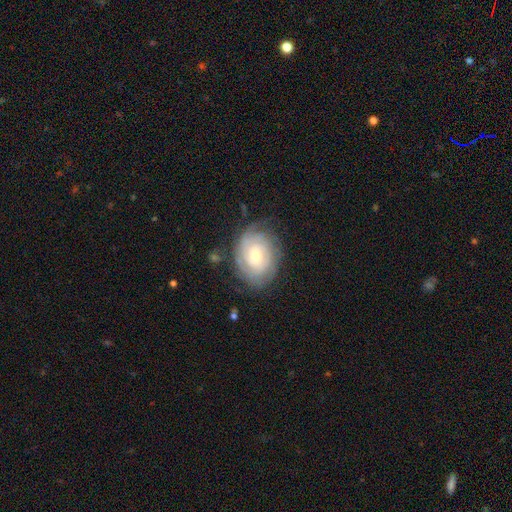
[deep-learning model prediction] A featured or disk galaxy (75%) with no bar (60%), tight (76%) spiral arms (90%) and a moderate central bulge (52%). Merging: none (71%).